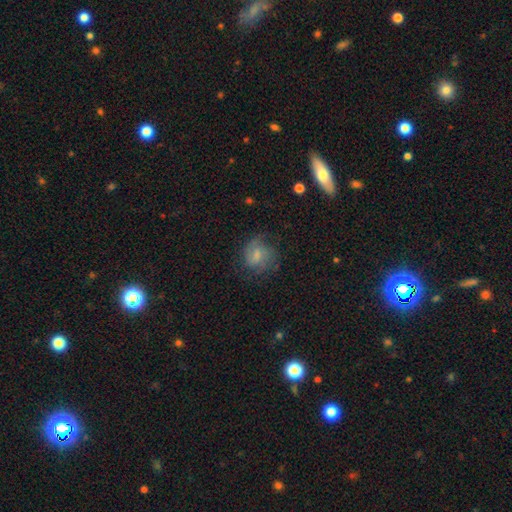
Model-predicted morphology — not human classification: A featured or disk galaxy (44%).

Vote fractions:
- Smooth or featured? featured or disk: 44% / smooth: 40% / star or artifact: 16%
- Merging? none: 68% / minor disturbance: 20% / major disturbance: 11% / merger: 1%